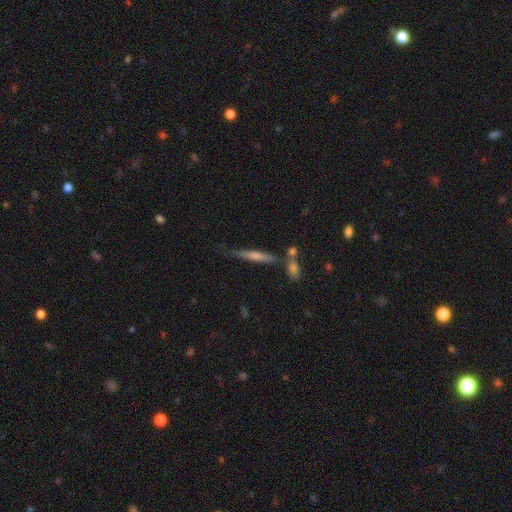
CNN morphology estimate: This appears to be a featured or disk galaxy (56%) viewed edge-on (90%) with a rounded central bulge (72%). Merging: none (69%).